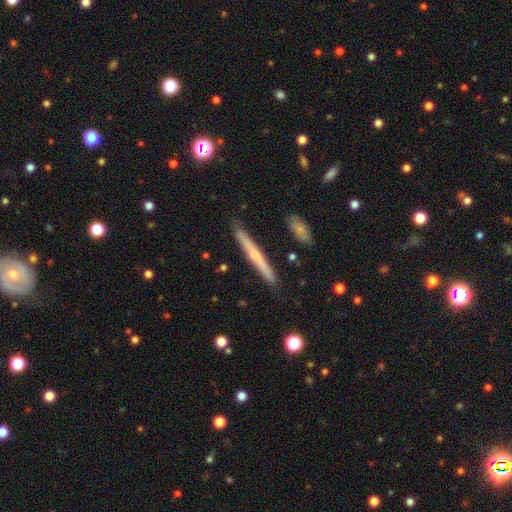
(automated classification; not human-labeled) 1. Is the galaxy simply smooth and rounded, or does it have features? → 49% smooth, 45% featured or disk, 6% star or artifact.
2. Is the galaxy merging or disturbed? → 89% none, 8% minor disturbance, 2% merger, 1% major disturbance.